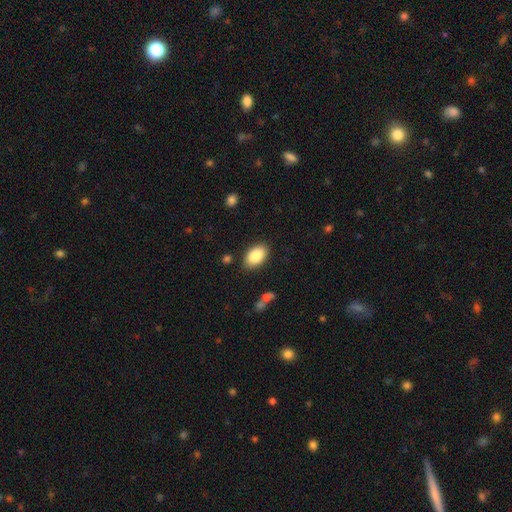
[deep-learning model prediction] This appears to be a smooth galaxy with no disk features (86%) that is in between round and cigar-shaped (92%). Merging: none (86%).